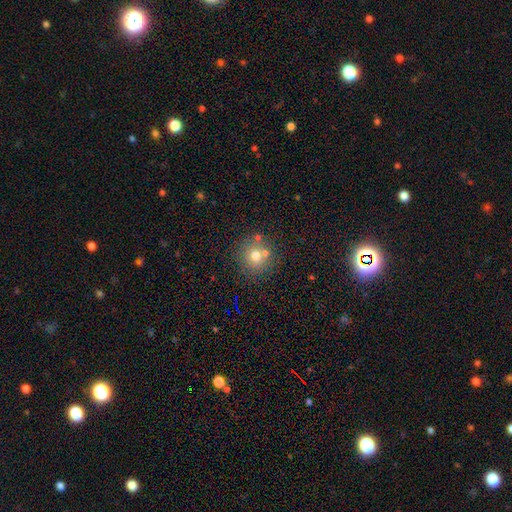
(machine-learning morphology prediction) smooth-or-featured: smooth: 69% | featured or disk: 16% | star or artifact: 16%
  how-rounded: round: 91% | in between: 8% | cigar-shaped: 1%
  merging: none: 70% | merger: 17% | minor disturbance: 9% | major disturbance: 3%